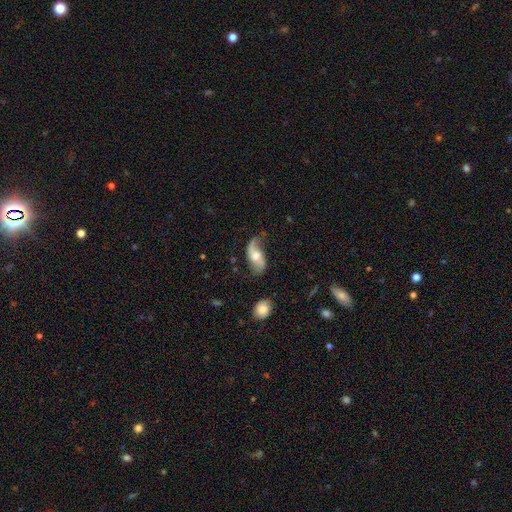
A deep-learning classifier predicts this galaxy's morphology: Q: Smooth or featured?
A: featured or disk (74%); runner-up: smooth (20%)
Q: Edge-on disk?
A: no (94%); runner-up: yes (6%)
Q: Bar?
A: no (54%); runner-up: weak (35%)
Q: Spiral arms?
A: yes (92%); runner-up: no (8%)
Q: Spiral winding?
A: loose (78%); runner-up: medium (17%)
Q: Spiral arm count?
A: 2 (86%); runner-up: 1 (8%)
Q: Bulge size?
A: moderate (62%); runner-up: small (18%)
Q: Merging?
A: none (59%); runner-up: minor disturbance (24%)